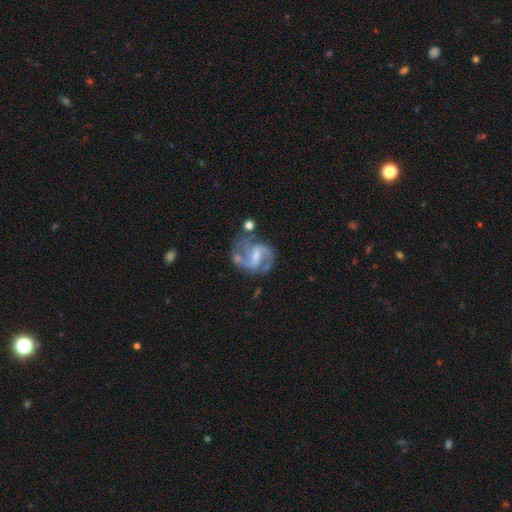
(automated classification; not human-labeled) Smooth or featured? featured or disk (86%)
Edge-on disk? no (98%)
Bar? weak (52%)
Spiral arms? yes (96%)
Spiral winding? medium (55%)
Spiral arm count? 2 (86%)
Bulge size? small (51%)
Merging? none (64%)